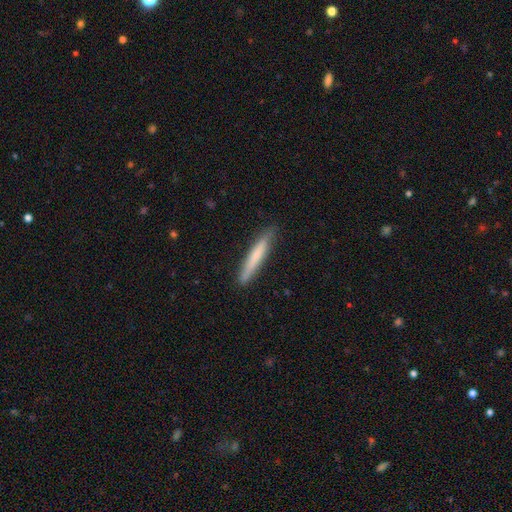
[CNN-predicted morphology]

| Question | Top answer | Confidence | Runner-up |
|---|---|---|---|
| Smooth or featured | smooth | 69% | featured or disk (26%) |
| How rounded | cigar-shaped | 95% | in between (4%) |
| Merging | none | 87% | minor disturbance (10%) |